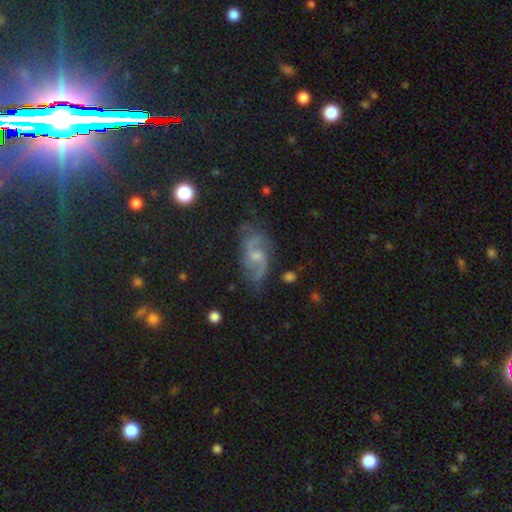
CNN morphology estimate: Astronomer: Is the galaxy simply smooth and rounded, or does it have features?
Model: featured or disk — 79%.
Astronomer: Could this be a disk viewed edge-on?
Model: no — 96%.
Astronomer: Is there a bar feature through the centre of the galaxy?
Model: no — 48% (runner-up: weak, 45%).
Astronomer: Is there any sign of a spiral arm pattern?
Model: yes — 93%.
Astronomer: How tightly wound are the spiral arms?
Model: medium — 46% (runner-up: loose, 39%).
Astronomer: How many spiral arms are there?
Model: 2 — 84%.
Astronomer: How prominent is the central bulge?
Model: small — 50% (runner-up: moderate, 40%).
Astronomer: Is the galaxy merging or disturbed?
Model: none — 65%.